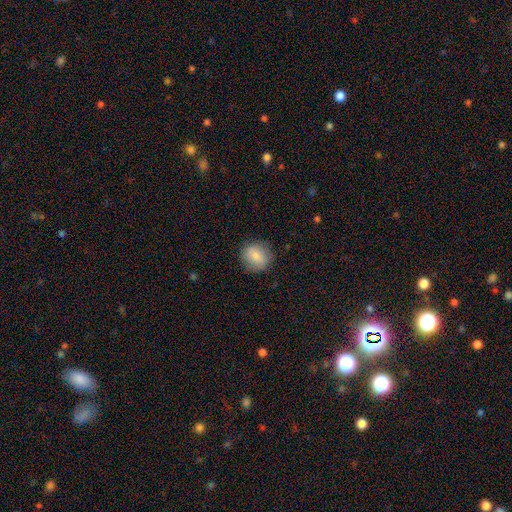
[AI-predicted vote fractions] smooth_or_featured: smooth (p=0.82) [alt: featured or disk p=0.10]
how_rounded: round (p=0.84) [alt: in between p=0.15]
merging: none (p=0.84) [alt: minor disturbance p=0.11]